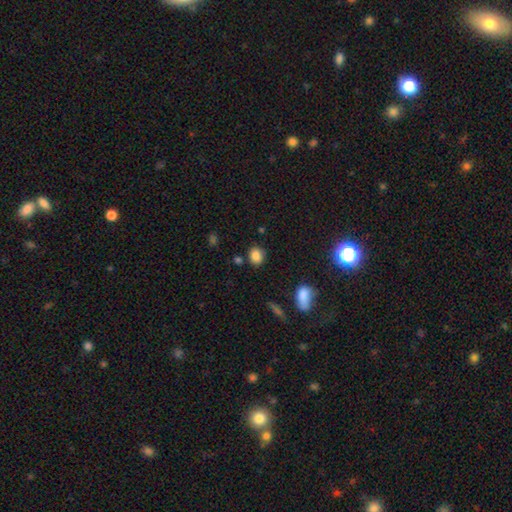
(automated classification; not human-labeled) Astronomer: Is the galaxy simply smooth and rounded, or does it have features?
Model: smooth — 85%.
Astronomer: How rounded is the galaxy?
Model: round — 64%.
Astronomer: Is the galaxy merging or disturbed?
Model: none — 80%.